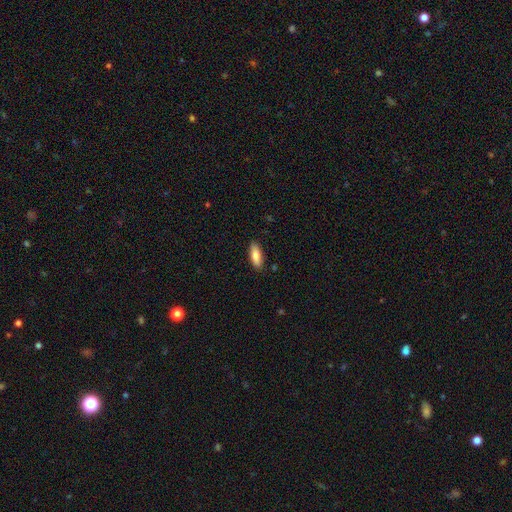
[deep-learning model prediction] Smooth or featured?
  - smooth: 84% *
  - featured or disk: 10%
  - star or artifact: 6%
How rounded?
  - in between: 68% *
  - cigar-shaped: 30%
  - round: 2%
Merging?
  - none: 86% *
  - minor disturbance: 11%
  - major disturbance: 2%
  - merger: 1%